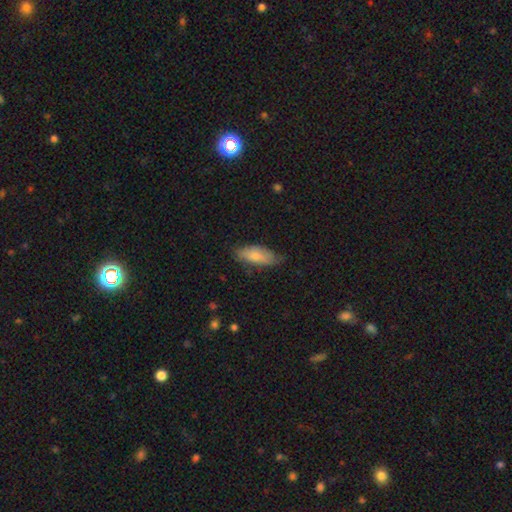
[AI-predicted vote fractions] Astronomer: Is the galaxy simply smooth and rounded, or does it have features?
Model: smooth — 75%.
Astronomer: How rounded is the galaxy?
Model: in between — 78%.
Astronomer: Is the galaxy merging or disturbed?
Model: none — 64%.